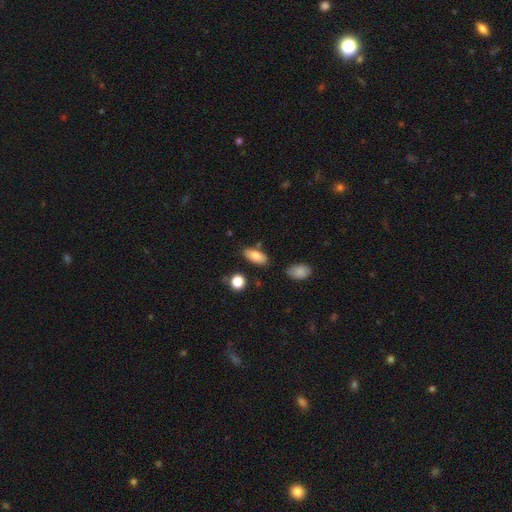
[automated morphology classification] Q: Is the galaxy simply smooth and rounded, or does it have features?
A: smooth — 81%.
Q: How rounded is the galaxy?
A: in between — 85%.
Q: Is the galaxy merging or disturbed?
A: none — 78%.